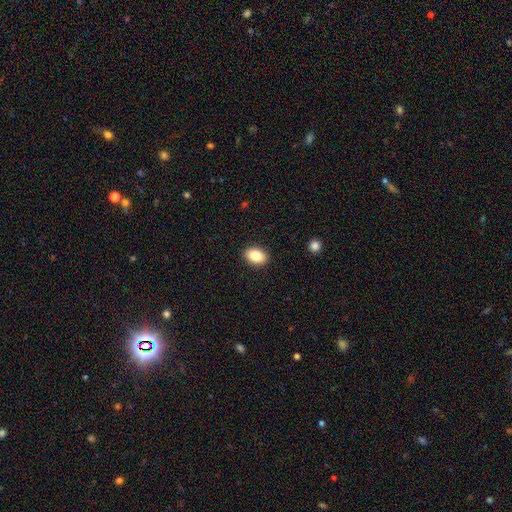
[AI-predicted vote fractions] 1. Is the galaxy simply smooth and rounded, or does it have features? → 86% smooth, 8% star or artifact, 7% featured or disk.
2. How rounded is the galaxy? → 85% in between, 14% round, 1% cigar-shaped.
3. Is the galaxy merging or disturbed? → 90% none, 7% minor disturbance, 2% major disturbance, 1% merger.